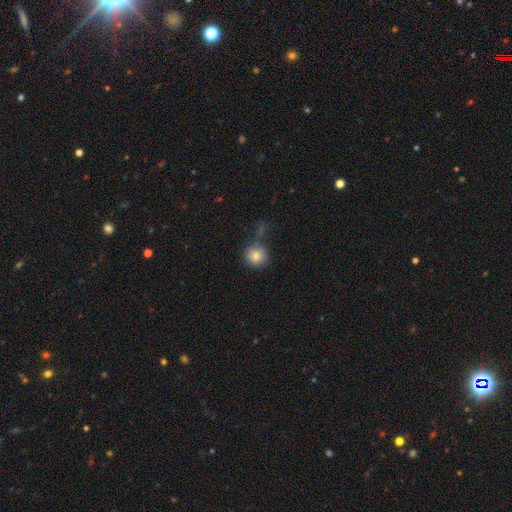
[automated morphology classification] smooth_or_featured: smooth (p=0.81) [alt: star or artifact p=0.11]
how_rounded: round (p=0.93) [alt: in between p=0.06]
merging: none (p=0.68) [alt: minor disturbance p=0.15]